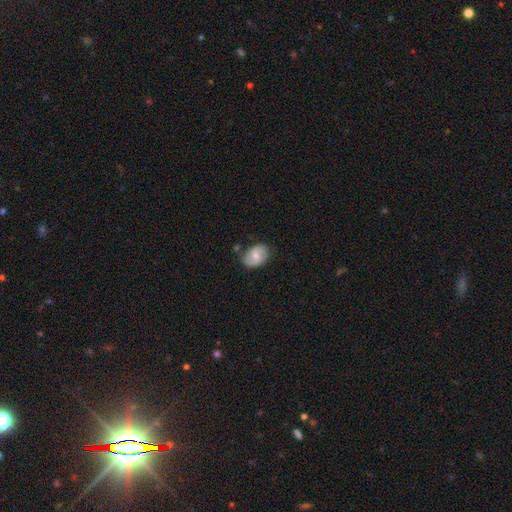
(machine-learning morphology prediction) This is possibly a smooth galaxy (59%). How rounded: likely in between (74%). Merging: likely none (72%).